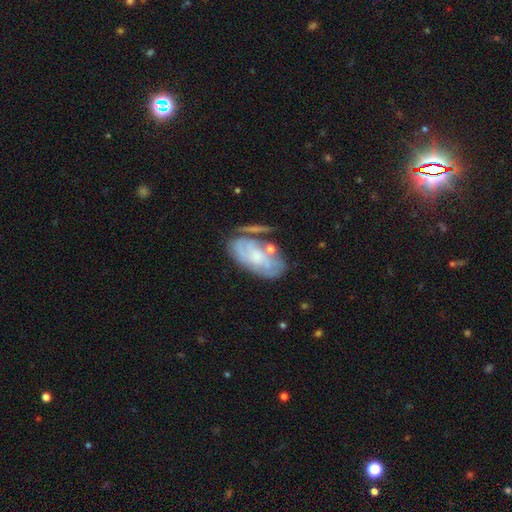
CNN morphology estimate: This is likely a featured or disk galaxy (65%). It is clearly not viewed edge-on (94%). Bar: likely no (69%). Spiral arm pattern: likely yes (75%). Central bulge: possibly small (46%). Merging: possibly none (48%).